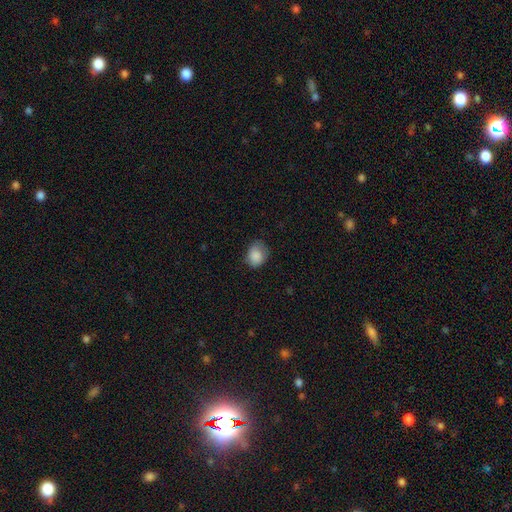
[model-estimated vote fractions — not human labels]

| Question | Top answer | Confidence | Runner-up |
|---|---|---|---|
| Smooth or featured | smooth | 86% | star or artifact (8%) |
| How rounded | round | 54% | in between (45%) |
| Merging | none | 61% | minor disturbance (30%) |